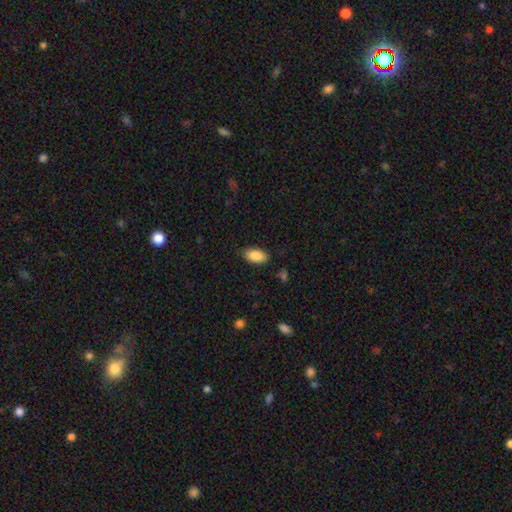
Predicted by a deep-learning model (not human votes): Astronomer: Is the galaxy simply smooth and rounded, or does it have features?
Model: smooth — 89%.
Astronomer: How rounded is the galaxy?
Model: in between — 93%.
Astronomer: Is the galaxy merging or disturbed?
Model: none — 85%.